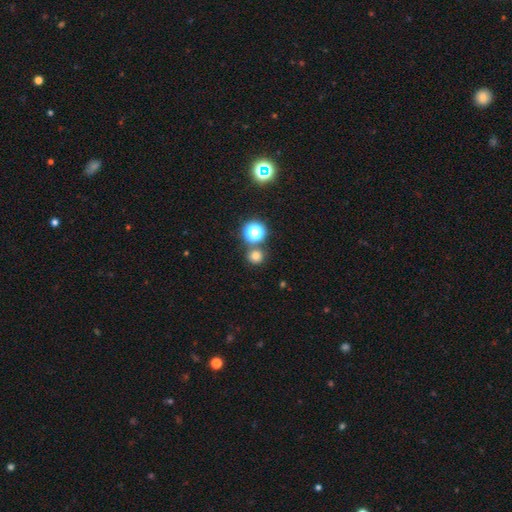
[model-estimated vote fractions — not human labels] smooth_or_featured: smooth (p=0.73) [alt: star or artifact p=0.21]
how_rounded: round (p=0.90) [alt: in between p=0.09]
merging: none (p=0.77) [alt: merger p=0.13]